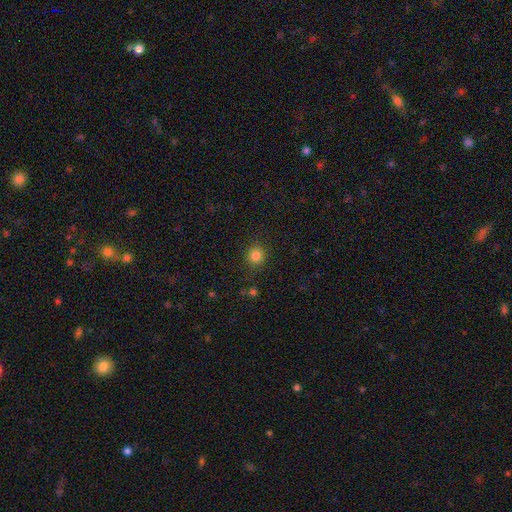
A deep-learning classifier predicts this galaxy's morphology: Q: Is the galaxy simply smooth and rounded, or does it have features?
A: smooth — 83%.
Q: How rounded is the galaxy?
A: round — 89%.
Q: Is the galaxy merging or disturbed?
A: none — 87%.